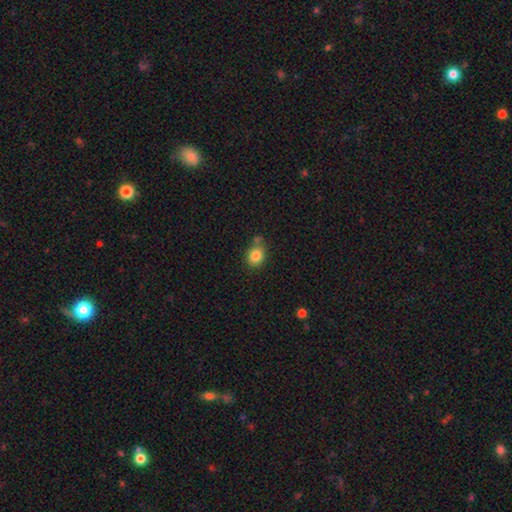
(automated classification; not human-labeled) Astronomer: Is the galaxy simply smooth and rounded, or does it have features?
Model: smooth — 84%.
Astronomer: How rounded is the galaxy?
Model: round — 63%.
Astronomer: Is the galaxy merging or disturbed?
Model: none — 64%.